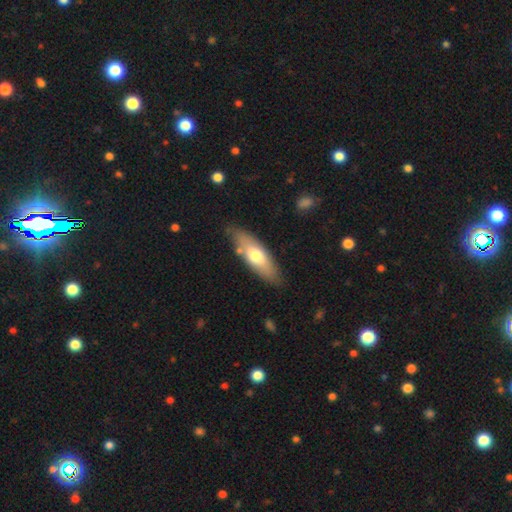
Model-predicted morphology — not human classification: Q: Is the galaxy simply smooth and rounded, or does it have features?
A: smooth — 63%.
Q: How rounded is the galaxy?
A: in between — 62%.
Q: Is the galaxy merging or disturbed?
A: none — 79%.